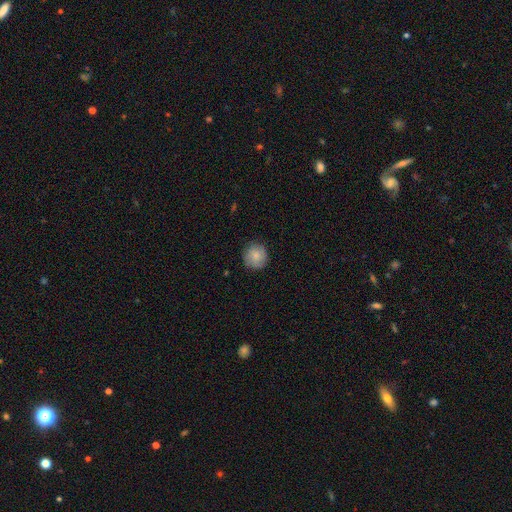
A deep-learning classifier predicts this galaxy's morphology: This appears to be a smooth galaxy with no disk features (82%) that is round (93%). Merging: none (85%).